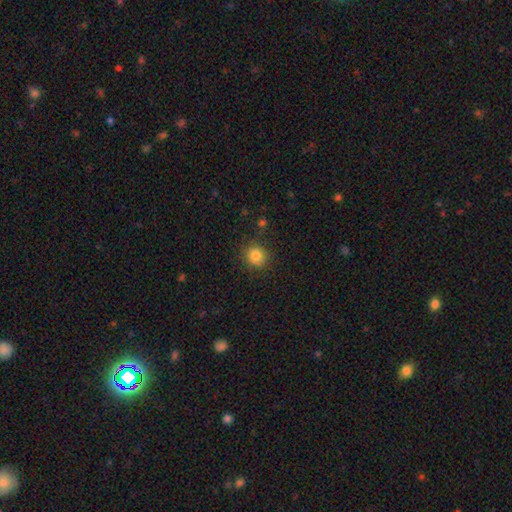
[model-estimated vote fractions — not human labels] A smooth galaxy with no disk features (82%) that is round (89%). Merging: none (85%).